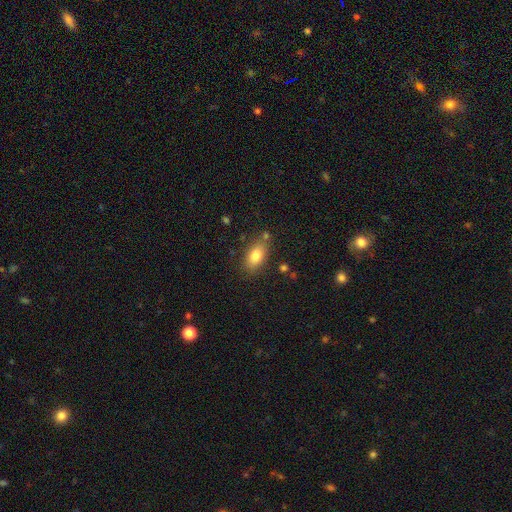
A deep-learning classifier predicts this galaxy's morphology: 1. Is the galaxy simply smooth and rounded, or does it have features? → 80% smooth, 12% featured or disk, 8% star or artifact.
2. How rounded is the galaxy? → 88% in between, 7% round, 5% cigar-shaped.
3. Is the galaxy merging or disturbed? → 77% none, 14% minor disturbance, 5% merger, 4% major disturbance.